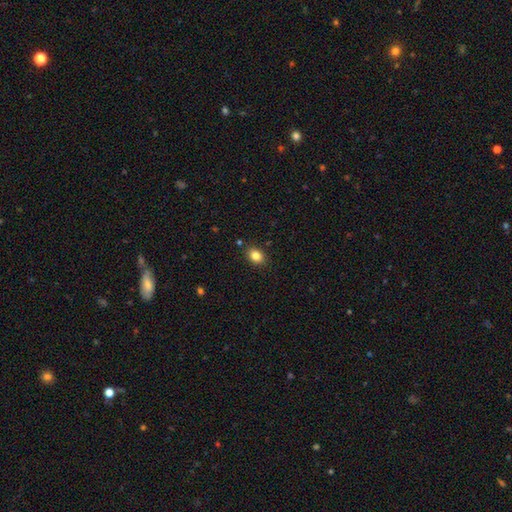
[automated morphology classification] smooth_or_featured: smooth (p=0.84) [alt: star or artifact p=0.10]
how_rounded: in between (p=0.67) [alt: round p=0.32]
merging: none (p=0.86) [alt: minor disturbance p=0.09]